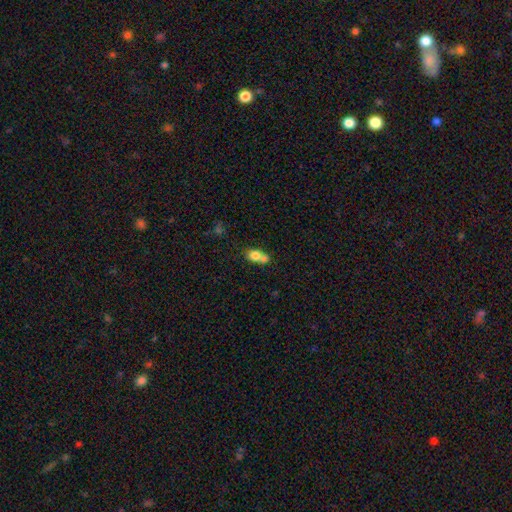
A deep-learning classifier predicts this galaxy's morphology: Smooth or featured? smooth (76%)
How rounded? round (57%)
Merging? merger (61%)